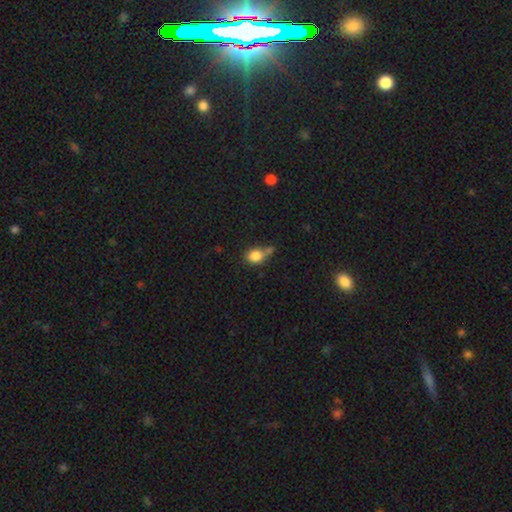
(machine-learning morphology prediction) This appears to be a smooth galaxy with no disk features (82%) that is round (55%). Merging: none (42%).